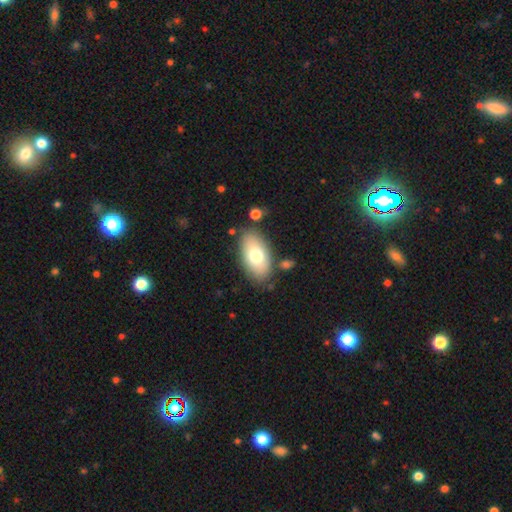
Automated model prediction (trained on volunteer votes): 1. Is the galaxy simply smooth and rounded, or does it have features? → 72% smooth, 21% featured or disk, 7% star or artifact.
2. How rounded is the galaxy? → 93% in between, 4% round, 3% cigar-shaped.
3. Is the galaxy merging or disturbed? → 80% none, 12% minor disturbance, 4% merger, 3% major disturbance.